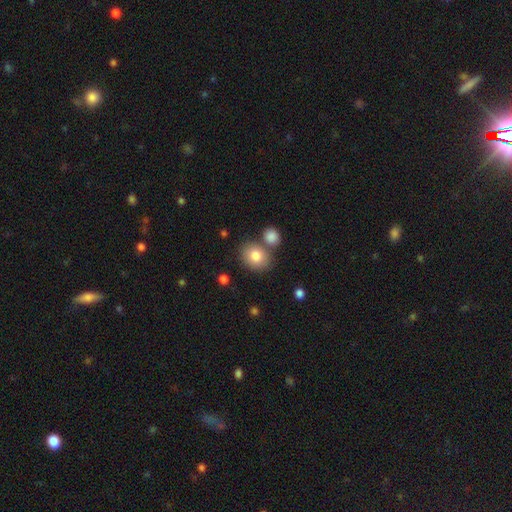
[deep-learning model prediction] A smooth galaxy with no disk features (81%) that is round (63%). Merging: none (67%).